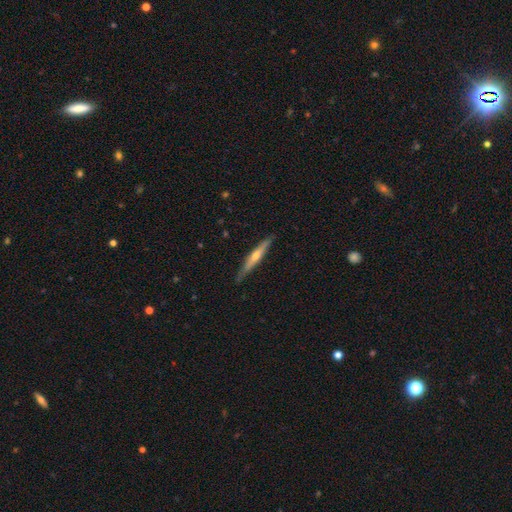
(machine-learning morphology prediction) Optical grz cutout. It shows a featured or disk galaxy (64%) viewed edge-on (96%) with a rounded central bulge (82%). Merging: none (86%).